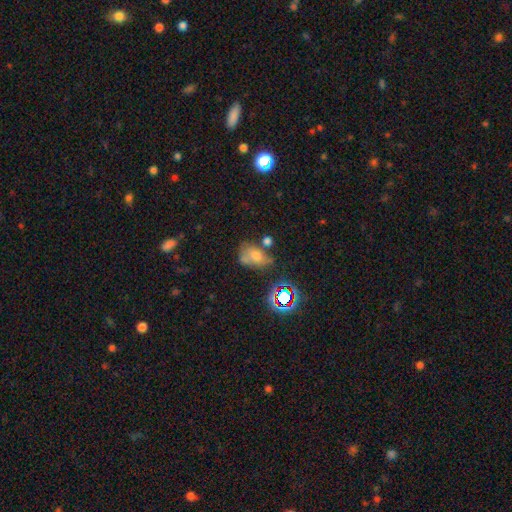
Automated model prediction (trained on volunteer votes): Smooth or featured? smooth (52%)
How rounded? in between (78%)
Merging? none (42%)